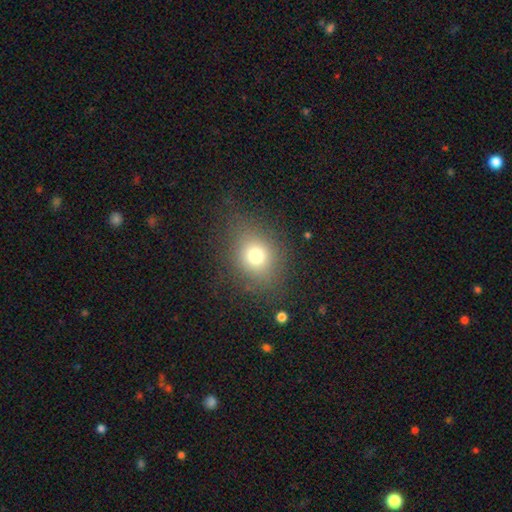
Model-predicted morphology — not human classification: A smooth galaxy with no disk features (72%) that is round (64%). Merging: none (79%).